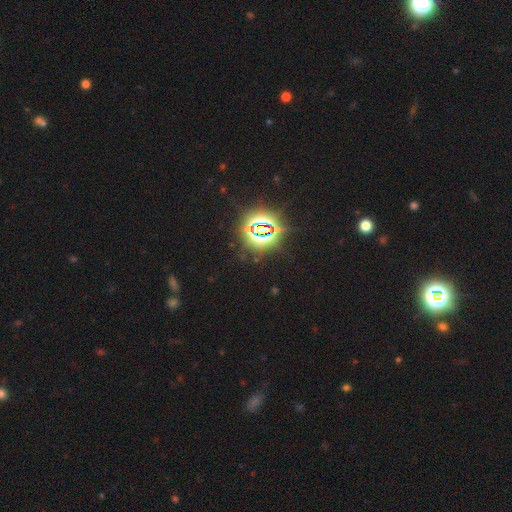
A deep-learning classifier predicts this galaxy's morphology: A star or artifact, not a galaxy (80%).